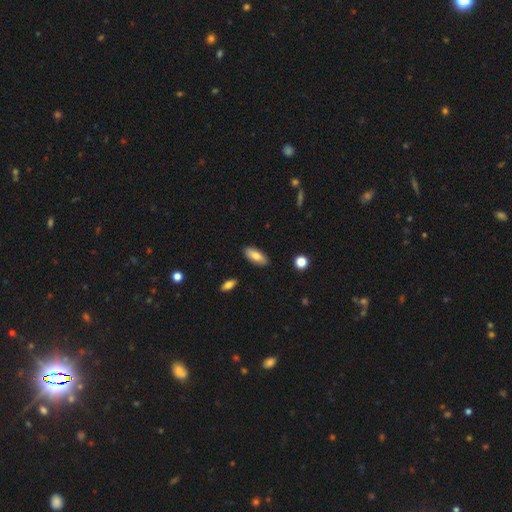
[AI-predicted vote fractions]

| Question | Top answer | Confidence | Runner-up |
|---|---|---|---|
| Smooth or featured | smooth | 76% | featured or disk (17%) |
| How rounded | in between | 77% | cigar-shaped (20%) |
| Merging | none | 87% | minor disturbance (10%) |